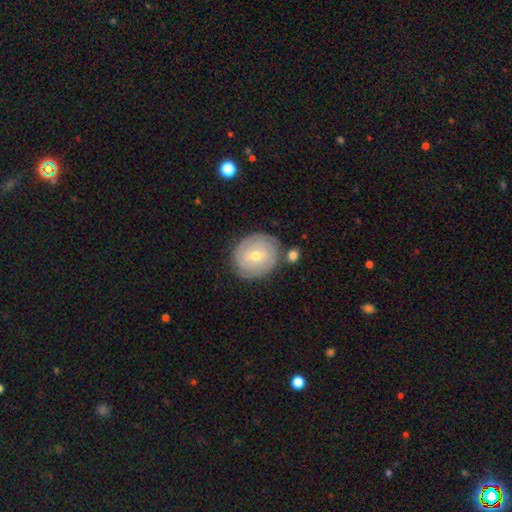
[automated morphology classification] featured or disk 58%, smooth 34%, star or artifact 7%. Down the decision tree: edge-on disk — no (97%); bar — no (50%); spiral arms — yes (73%); bulge size — moderate (51%); merging — none (77%).